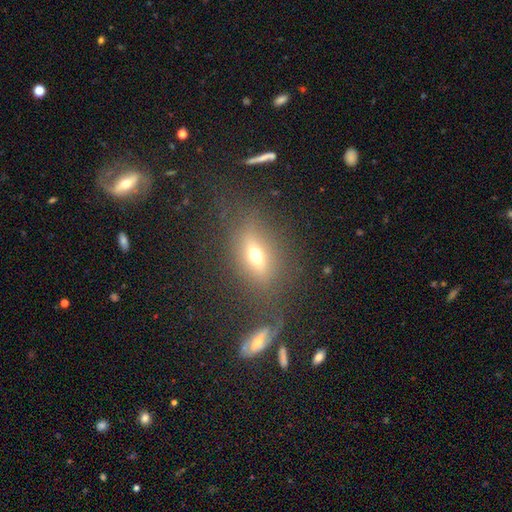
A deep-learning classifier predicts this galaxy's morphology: This appears to be a smooth galaxy with no disk features (50%). Merging: none (70%).